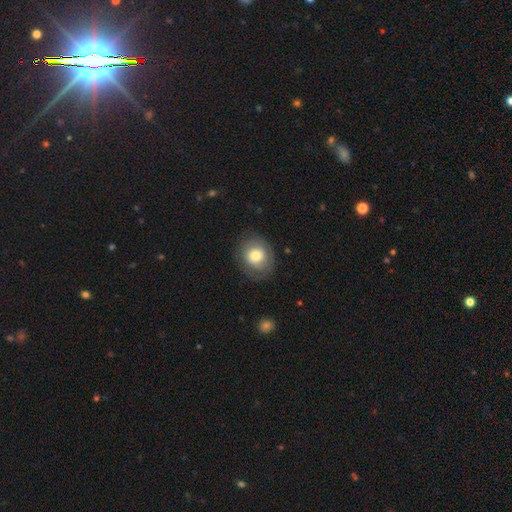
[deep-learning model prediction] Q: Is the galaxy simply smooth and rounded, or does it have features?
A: smooth — 67%.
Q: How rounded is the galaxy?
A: round — 74%.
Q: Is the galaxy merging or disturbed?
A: none — 76%.